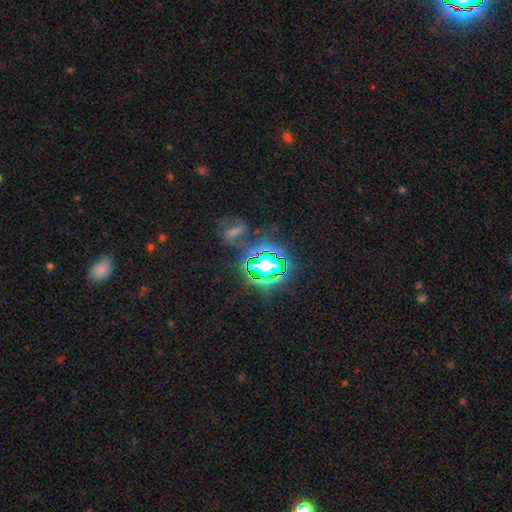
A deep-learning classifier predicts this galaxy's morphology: Overall: star or artifact (78%).